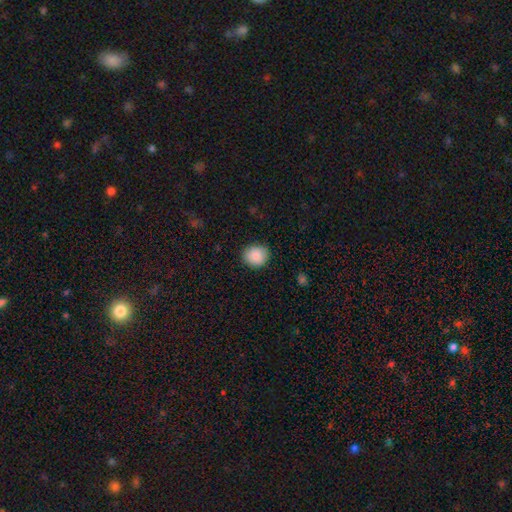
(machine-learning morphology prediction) smooth 89%, star or artifact 8%, featured or disk 4%. Down the decision tree: how rounded — round (77%); merging — none (88%).